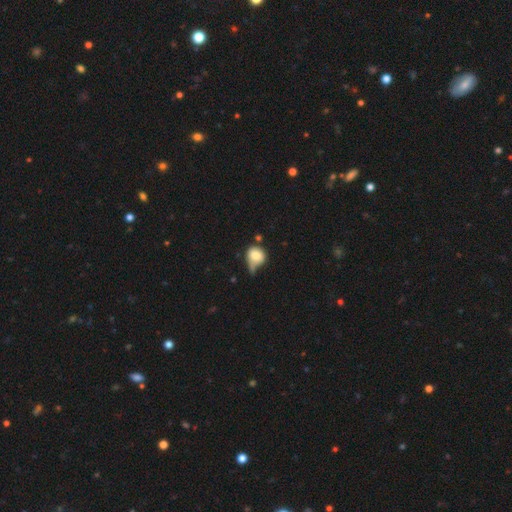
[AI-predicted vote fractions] Morphology: type=smooth (77%); roundness=round (64%); merging=minor disturbance (34%).